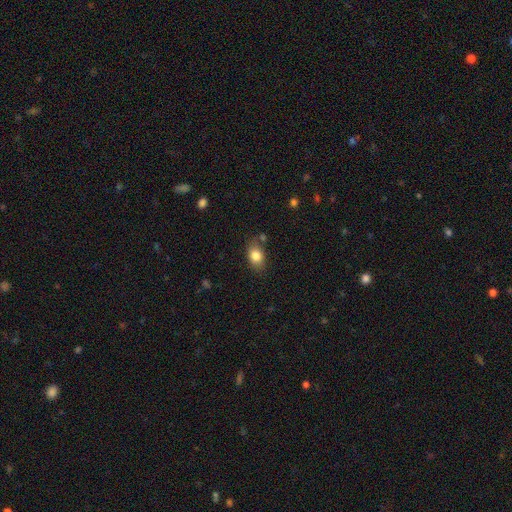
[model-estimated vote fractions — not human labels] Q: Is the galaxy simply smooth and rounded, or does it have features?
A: smooth — 83%.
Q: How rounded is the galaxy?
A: in between — 75%.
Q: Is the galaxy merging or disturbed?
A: none — 71%.